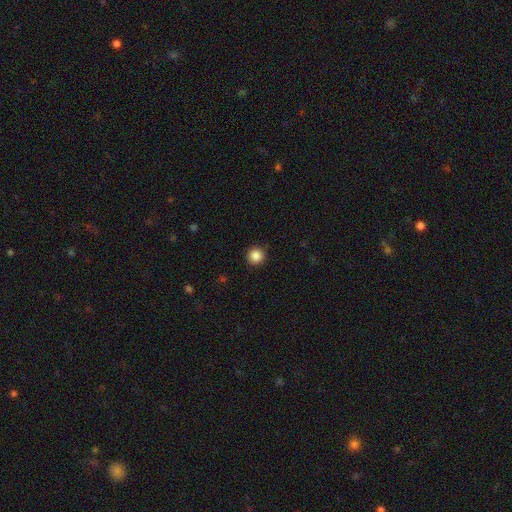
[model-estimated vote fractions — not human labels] Smooth or featured: smooth — 86% (star or artifact — 10%)
How rounded: round — 96% (in between — 3%)
Merging: none — 92% (minor disturbance — 5%)